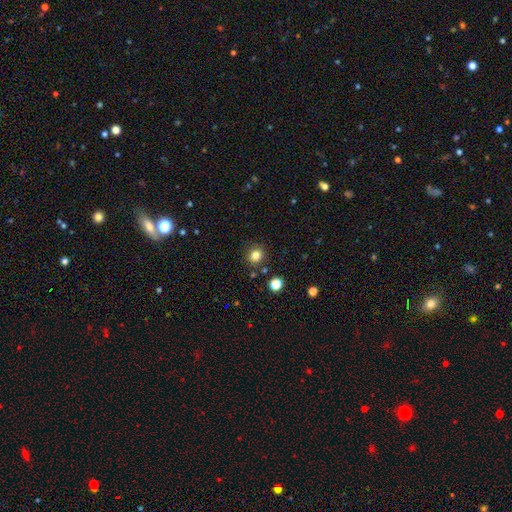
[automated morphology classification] This appears to be a smooth galaxy with no disk features (81%) that is round (83%). Merging: none (86%).